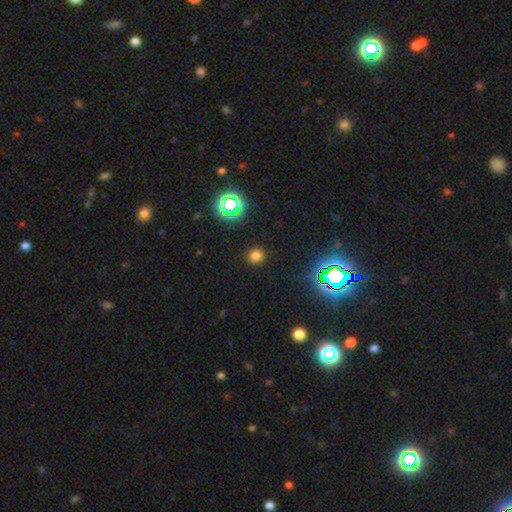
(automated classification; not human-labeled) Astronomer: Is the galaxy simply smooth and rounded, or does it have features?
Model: smooth — 72%.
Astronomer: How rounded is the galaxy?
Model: round — 88%.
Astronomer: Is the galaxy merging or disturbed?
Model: none — 90%.